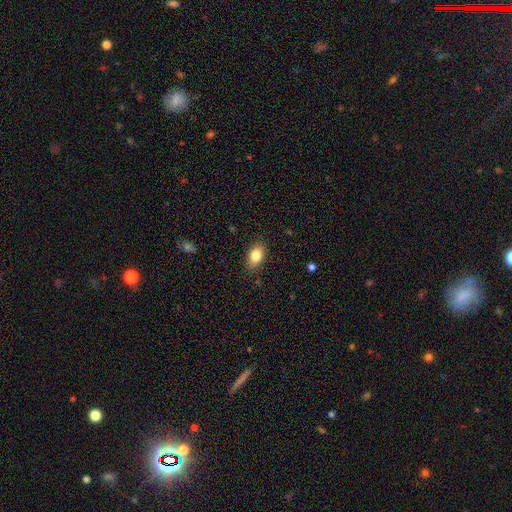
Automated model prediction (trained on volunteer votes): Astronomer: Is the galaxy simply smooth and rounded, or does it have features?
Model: smooth — 83%.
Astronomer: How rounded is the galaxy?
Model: in between — 87%.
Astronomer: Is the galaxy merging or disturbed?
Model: none — 86%.